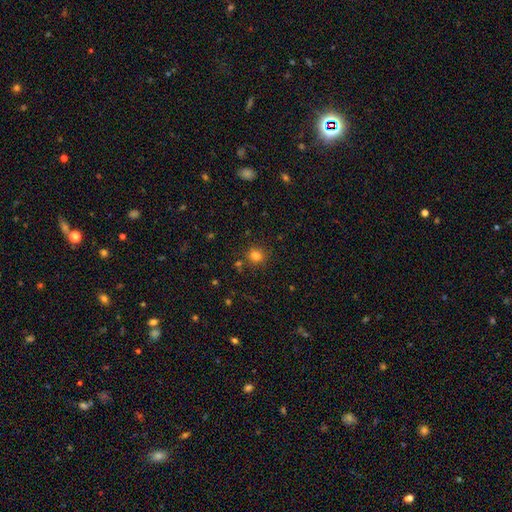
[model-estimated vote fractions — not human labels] This is likely a smooth galaxy (79%). How rounded: clearly round (86%). Merging: clearly none (83%).